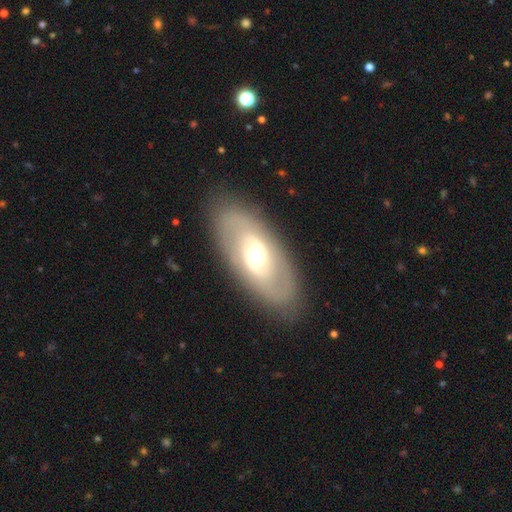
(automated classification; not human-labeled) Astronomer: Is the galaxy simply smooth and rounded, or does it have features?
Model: featured or disk — 64%.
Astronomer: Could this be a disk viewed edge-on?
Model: no — 89%.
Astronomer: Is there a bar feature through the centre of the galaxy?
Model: no — 47% (runner-up: weak, 37%).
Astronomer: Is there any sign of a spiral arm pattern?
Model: yes — 52% (runner-up: no, 48%).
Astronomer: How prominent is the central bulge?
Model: moderate — 65%.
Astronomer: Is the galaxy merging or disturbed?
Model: none — 85%.